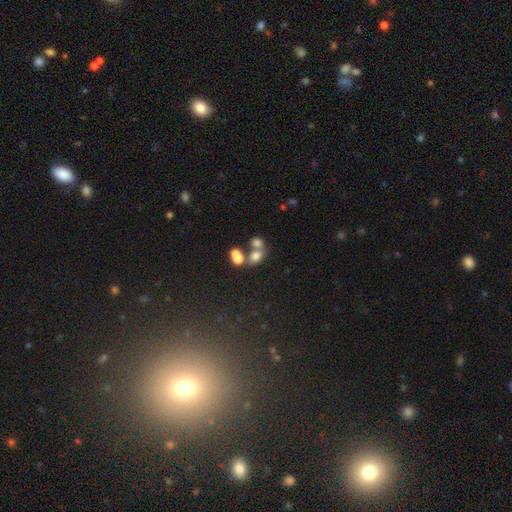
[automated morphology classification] Q: Smooth or featured?
A: smooth (68%); runner-up: featured or disk (17%)
Q: How rounded?
A: in between (65%); runner-up: round (33%)
Q: Merging?
A: merger (53%); runner-up: none (32%)